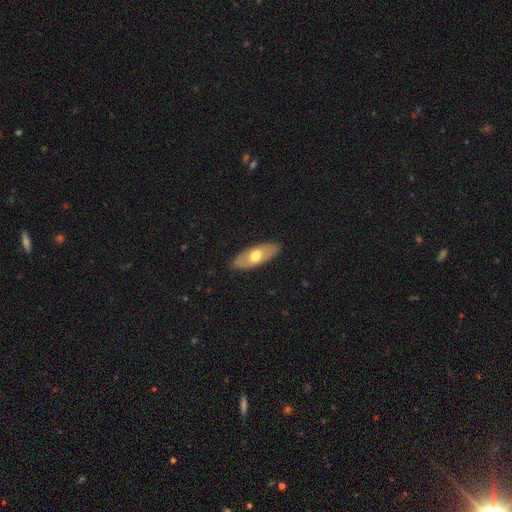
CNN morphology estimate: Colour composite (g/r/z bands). It shows a smooth galaxy with no disk features (57%) that is in between round and cigar-shaped (82%). Merging: none (87%).